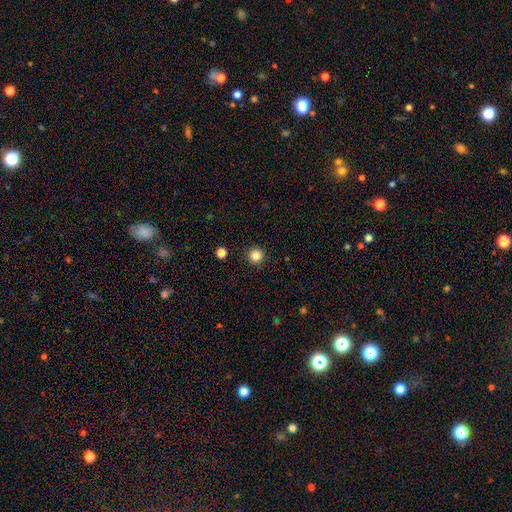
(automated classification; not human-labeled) Smooth or featured?
  - smooth: 85% *
  - star or artifact: 12%
  - featured or disk: 4%
How rounded?
  - round: 96% *
  - in between: 3%
  - cigar-shaped: 1%
Merging?
  - none: 93% *
  - minor disturbance: 4%
  - major disturbance: 2%
  - merger: 1%